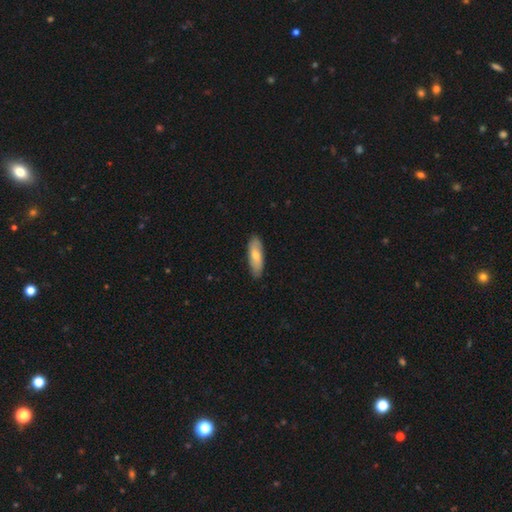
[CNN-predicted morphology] smooth-or-featured: smooth: 72% | featured or disk: 23% | star or artifact: 5%
  how-rounded: in between: 62% | cigar-shaped: 36% | round: 2%
  merging: none: 85% | minor disturbance: 12% | major disturbance: 2% | merger: 1%